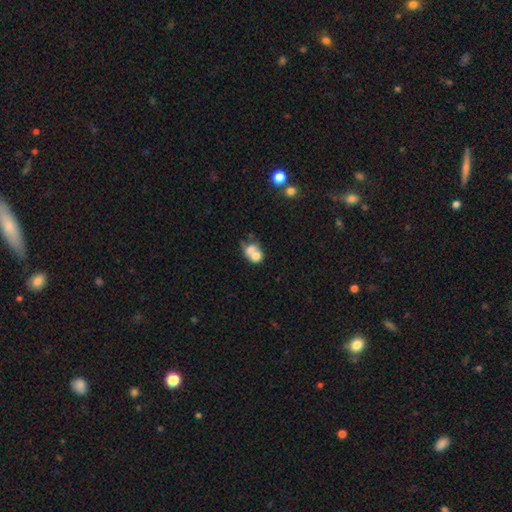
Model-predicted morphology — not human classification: A smooth galaxy with no disk features (66%) that is round (51%).

Vote fractions:
- Smooth or featured? smooth: 66% / featured or disk: 24% / star or artifact: 10%
- How rounded? round: 51% / in between: 48% / cigar-shaped: 1%
- Merging? merger: 67% / none: 20% / minor disturbance: 8% / major disturbance: 6%